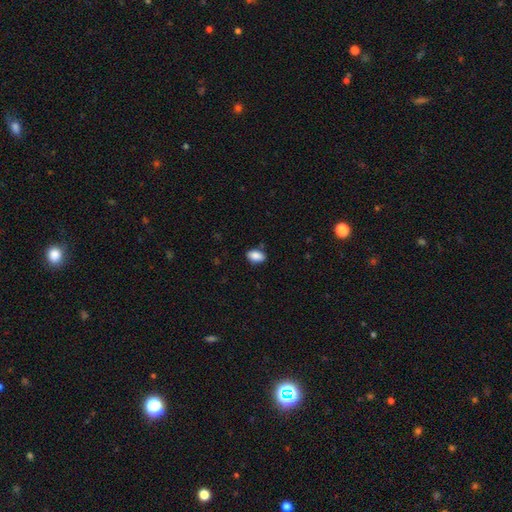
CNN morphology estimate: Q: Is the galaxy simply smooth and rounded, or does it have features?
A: smooth — 88%.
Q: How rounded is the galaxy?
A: in between — 89%.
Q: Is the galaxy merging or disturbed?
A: none — 82%.